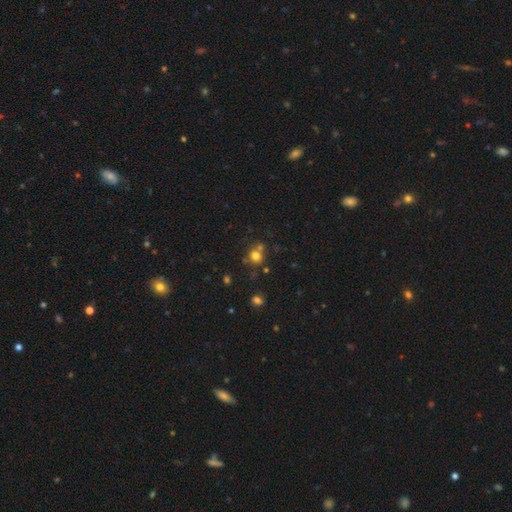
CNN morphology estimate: Smooth or featured: smooth — 74% (star or artifact — 17%)
How rounded: round — 85% (in between — 14%)
Merging: none — 63% (merger — 23%)